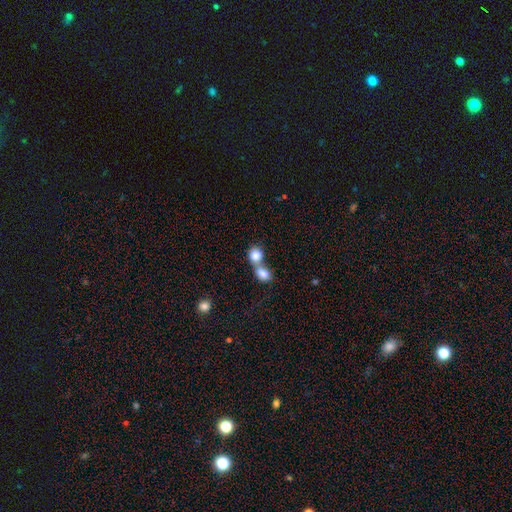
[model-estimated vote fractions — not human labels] Morphology: type=smooth (82%); roundness=round (61%); merging=merger (71%).